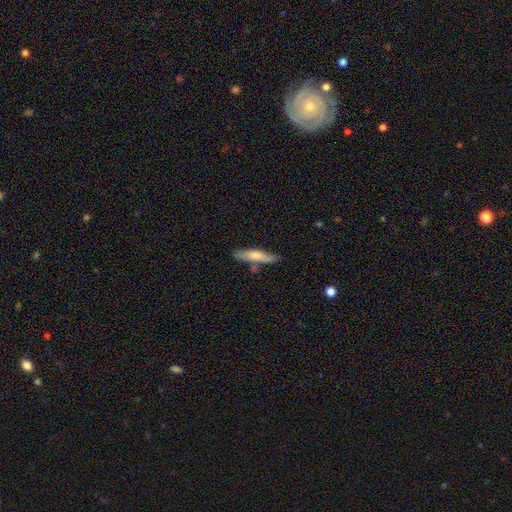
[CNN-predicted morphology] Smooth or featured? Predicted: smooth (p=0.65). How rounded? Predicted: cigar-shaped (p=0.81). Merging? Predicted: none (p=0.68).